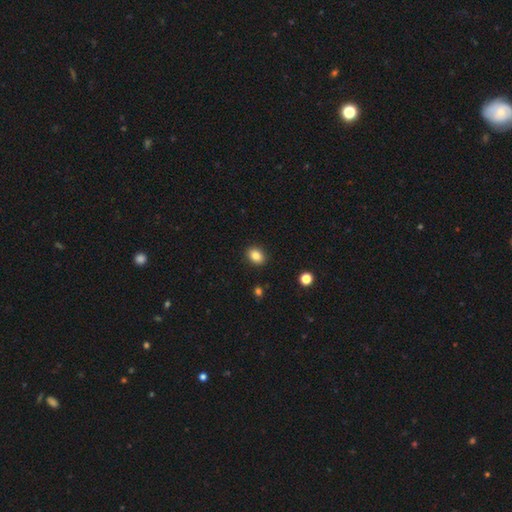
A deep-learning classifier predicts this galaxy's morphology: Smooth or featured? Predicted: smooth (p=0.85). How rounded? Predicted: in between (p=0.56). Merging? Predicted: none (p=0.90).